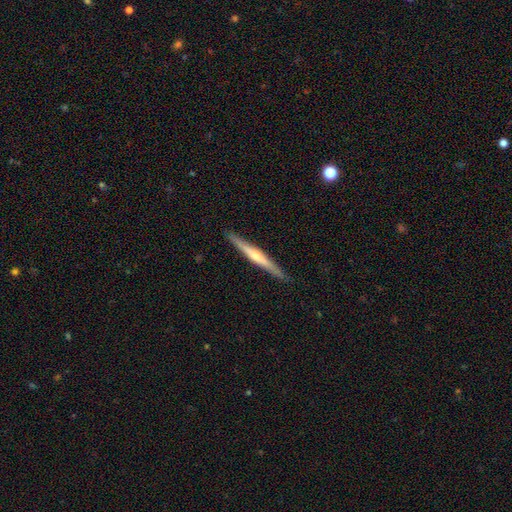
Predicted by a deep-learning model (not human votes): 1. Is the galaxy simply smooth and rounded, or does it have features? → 64% featured or disk, 31% smooth, 5% star or artifact.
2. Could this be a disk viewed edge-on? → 98% yes, 2% no.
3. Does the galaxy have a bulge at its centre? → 68% rounded, 24% none, 8% boxy.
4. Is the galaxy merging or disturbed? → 91% none, 7% minor disturbance, 1% major disturbance, 1% merger.